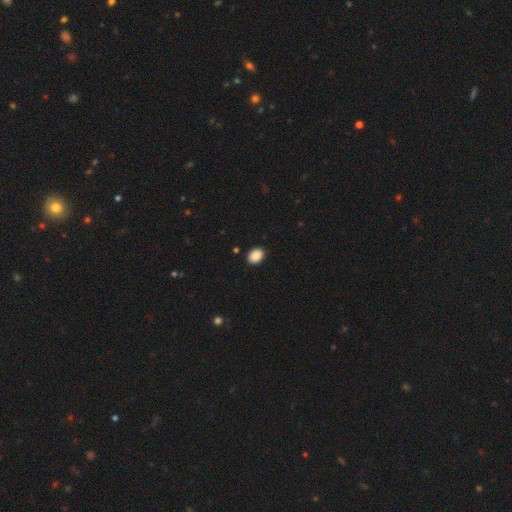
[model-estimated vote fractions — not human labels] Smooth or featured? smooth (90%)
How rounded? in between (68%)
Merging? none (90%)